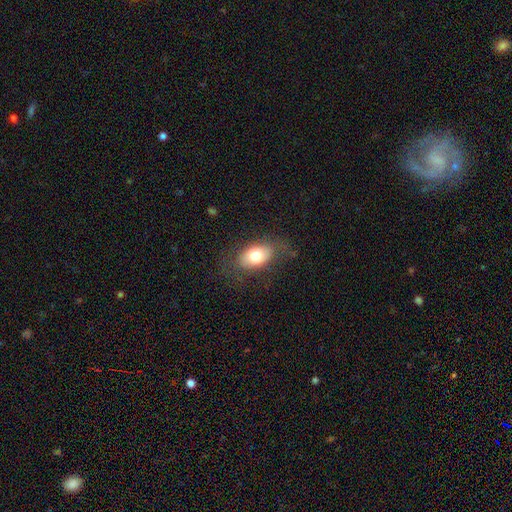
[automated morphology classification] This is likely a smooth galaxy (75%). How rounded: clearly in between (88%). Merging: likely none (73%).